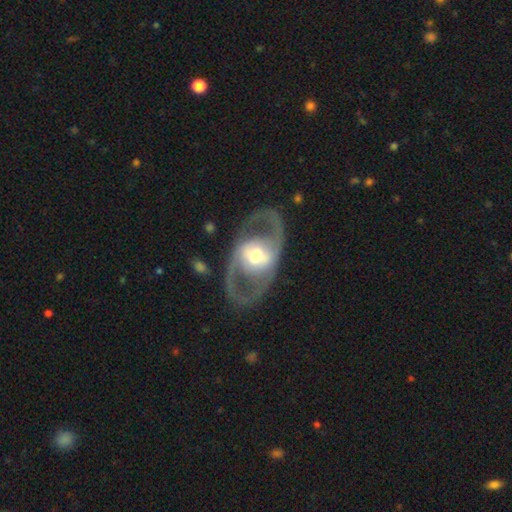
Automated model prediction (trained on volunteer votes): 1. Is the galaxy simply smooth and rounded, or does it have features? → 75% featured or disk, 20% smooth, 5% star or artifact.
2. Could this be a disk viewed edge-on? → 92% no, 8% yes.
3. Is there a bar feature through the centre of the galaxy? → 44% no, 32% weak, 24% strong.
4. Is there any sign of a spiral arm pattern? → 52% yes, 48% no.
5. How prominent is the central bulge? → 60% moderate, 28% large, 9% small, 3% dominant, 1% none.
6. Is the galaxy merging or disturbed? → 74% none, 12% minor disturbance, 12% major disturbance, 2% merger.